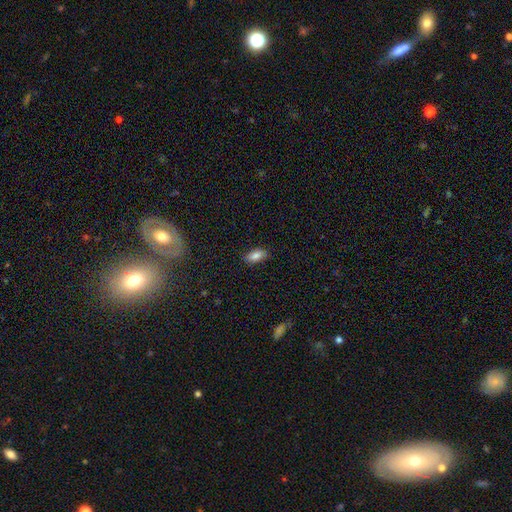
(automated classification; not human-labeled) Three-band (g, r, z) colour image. It shows a smooth galaxy with no disk features (83%) that is in between round and cigar-shaped (88%). Merging: none (86%).